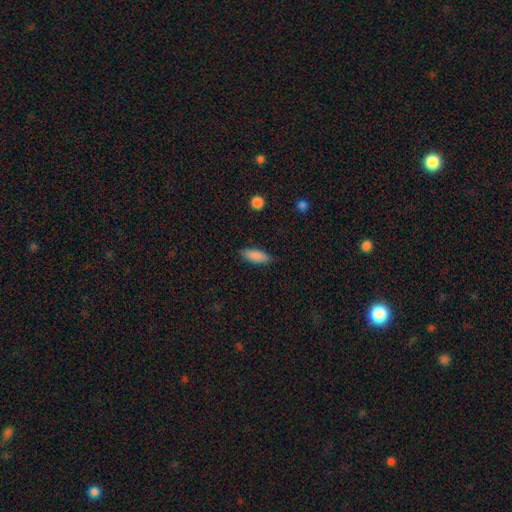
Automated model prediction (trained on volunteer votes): This is clearly a smooth galaxy (88%). How rounded: likely in between (68%). Merging: clearly none (84%).